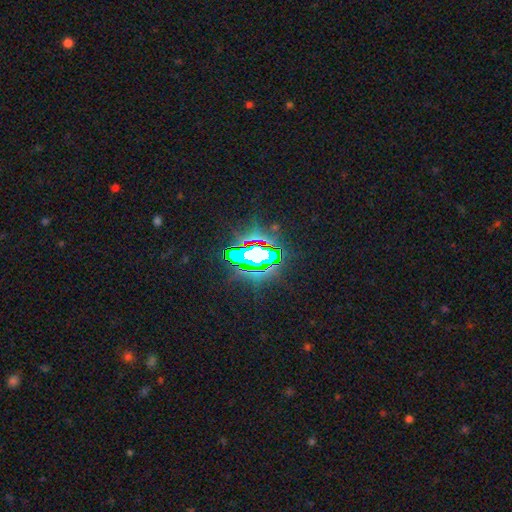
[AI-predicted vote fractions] This is likely a star or artifact rather than a galaxy (76%).